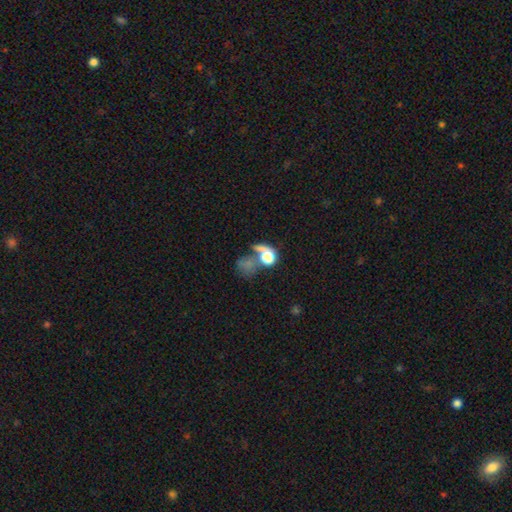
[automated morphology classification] smooth_or_featured: smooth (p=0.43) [alt: star or artifact p=0.35]
merging: none (p=0.45) [alt: merger p=0.33]